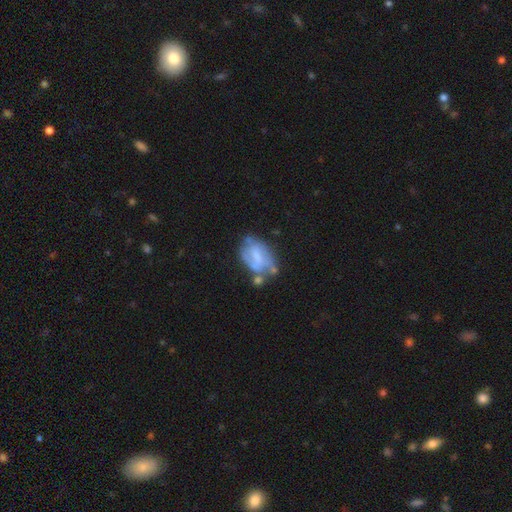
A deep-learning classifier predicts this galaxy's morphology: Smooth or featured? featured or disk (59%)
Edge-on disk? no (96%)
Bar? weak (46%)
Spiral arms? yes (52%)
Bulge size? small (34%)
Merging? none (37%)